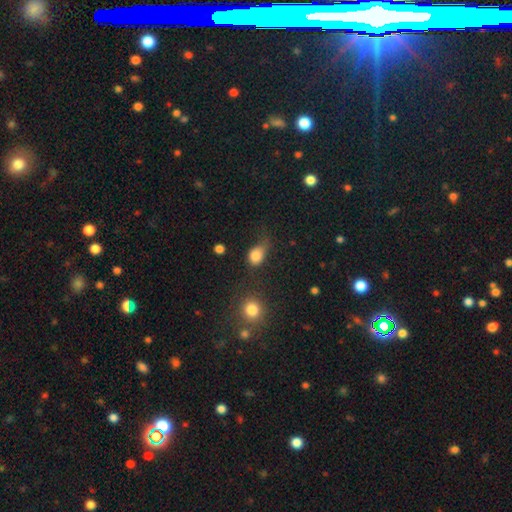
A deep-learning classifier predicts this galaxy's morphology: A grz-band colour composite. It shows a smooth galaxy with no disk features (81%) that is in between round and cigar-shaped (57%). Merging: none (37%).